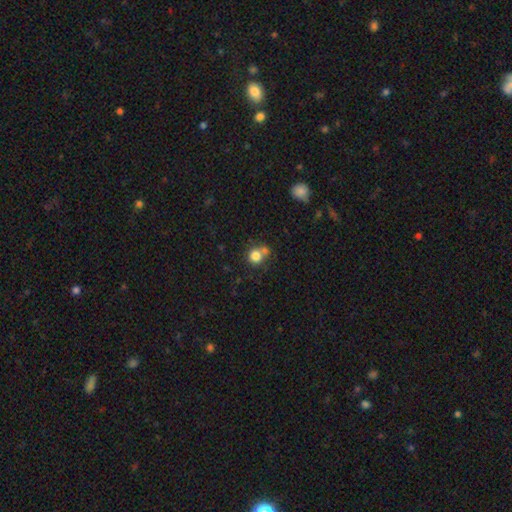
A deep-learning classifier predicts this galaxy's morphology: A smooth galaxy with no disk features (80%) that is round (87%). Merging: none (53%).